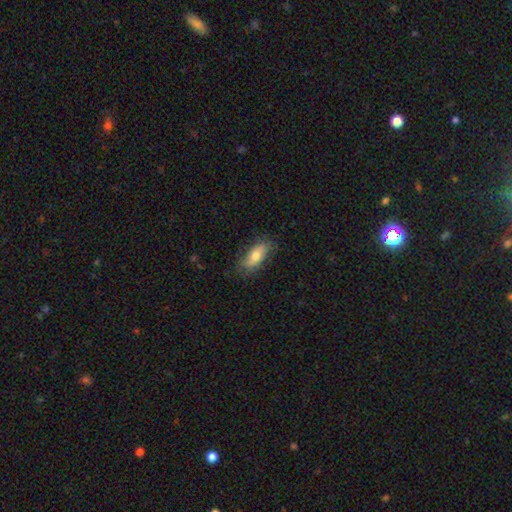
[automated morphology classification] smooth_or_featured: smooth (p=0.68) [alt: featured or disk p=0.26]
how_rounded: in between (p=0.82) [alt: cigar-shaped p=0.14]
merging: none (p=0.75) [alt: minor disturbance p=0.19]